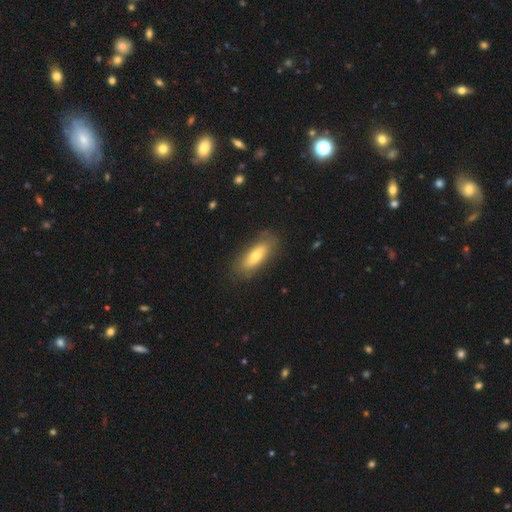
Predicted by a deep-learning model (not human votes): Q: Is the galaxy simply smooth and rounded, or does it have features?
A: smooth — 64%.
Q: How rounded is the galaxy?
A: in between — 67%.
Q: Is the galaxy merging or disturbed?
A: none — 79%.